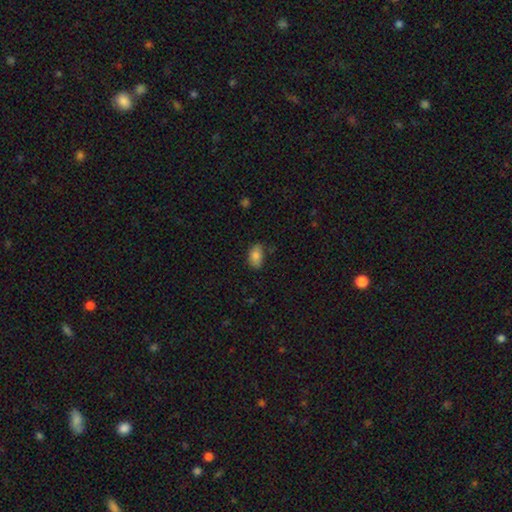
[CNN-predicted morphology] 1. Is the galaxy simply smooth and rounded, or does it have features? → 81% smooth, 10% featured or disk, 9% star or artifact.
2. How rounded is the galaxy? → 88% in between, 11% round, 2% cigar-shaped.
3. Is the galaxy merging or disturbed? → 69% none, 25% minor disturbance, 4% major disturbance, 2% merger.